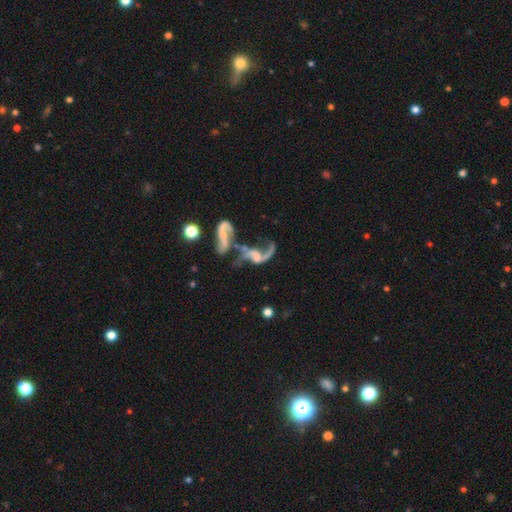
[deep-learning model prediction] Overall: featured or disk (75%). Edge-on disk: no (94%). Bar: no (57%; weak 30%). Spiral arms: yes (76%). Spiral arm count: 2 (73%). Spiral winding: loose (85%). Bulge size: none (48%; small 25%). Merging: merger (58%; major disturbance 20%).